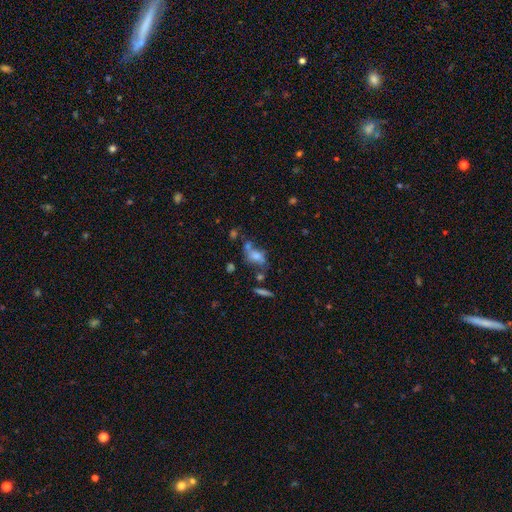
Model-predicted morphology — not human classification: Smooth or featured? smooth (57%)
How rounded? in between (73%)
Merging? none (40%)